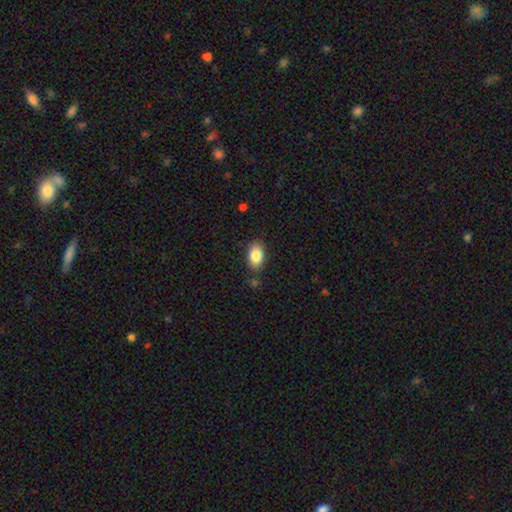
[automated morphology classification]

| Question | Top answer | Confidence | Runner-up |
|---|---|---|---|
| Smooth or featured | smooth | 86% | star or artifact (7%) |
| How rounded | in between | 89% | round (10%) |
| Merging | none | 83% | minor disturbance (12%) |